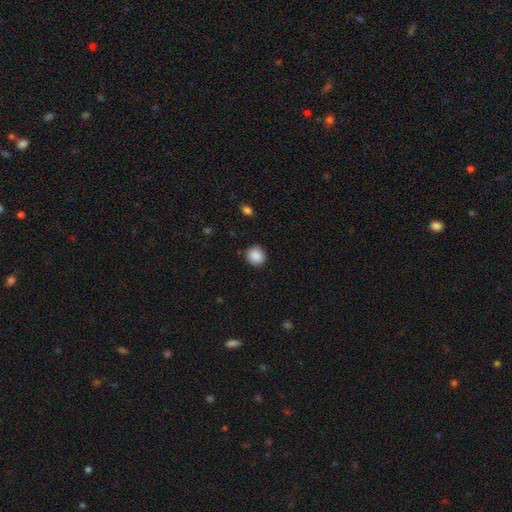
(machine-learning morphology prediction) Smooth or featured?
  - smooth: 89% *
  - star or artifact: 9%
  - featured or disk: 3%
How rounded?
  - round: 91% *
  - in between: 8%
  - cigar-shaped: 1%
Merging?
  - none: 90% *
  - minor disturbance: 7%
  - major disturbance: 2%
  - merger: 1%